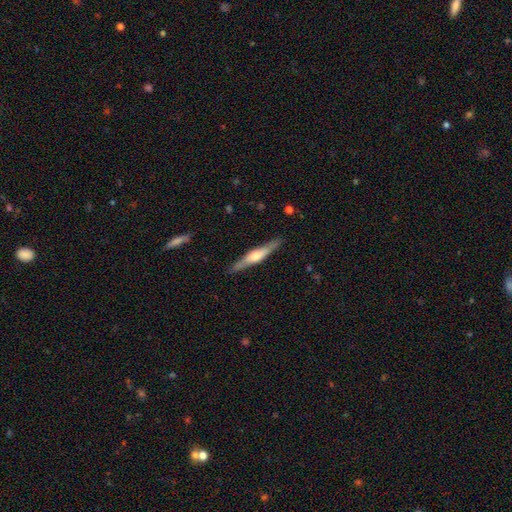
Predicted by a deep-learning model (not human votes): Q: Smooth or featured?
A: featured or disk (66%); runner-up: smooth (29%)
Q: Edge-on disk?
A: yes (96%); runner-up: no (4%)
Q: Edge-on bulge?
A: rounded (83%); runner-up: boxy (12%)
Q: Merging?
A: none (88%); runner-up: minor disturbance (9%)